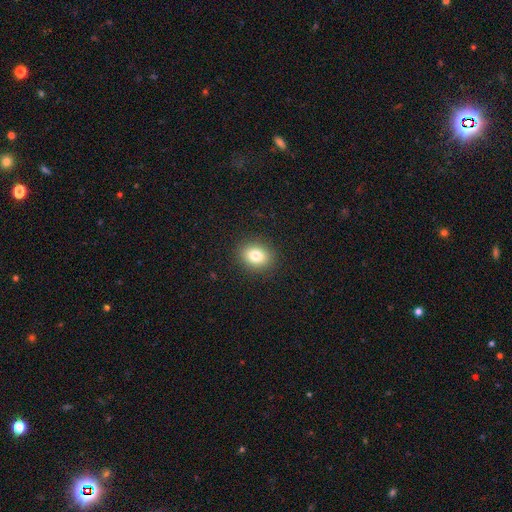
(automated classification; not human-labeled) smooth-or-featured: smooth: 81% | star or artifact: 10% | featured or disk: 8%
  how-rounded: in between: 50% | round: 49% | cigar-shaped: 1%
  merging: none: 89% | minor disturbance: 7% | major disturbance: 2% | merger: 1%